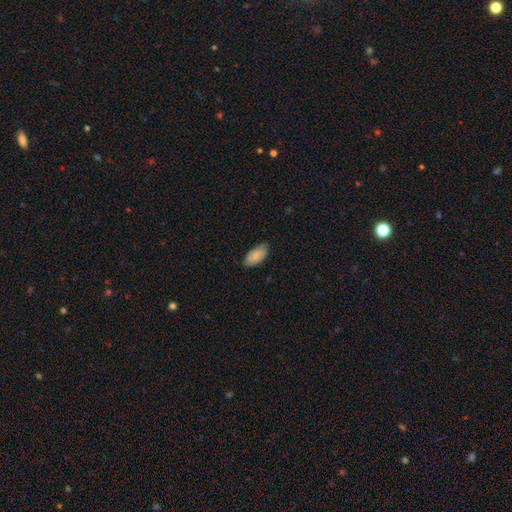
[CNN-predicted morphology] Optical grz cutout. It shows a smooth galaxy with no disk features (76%) that is in between round and cigar-shaped (94%). Merging: none (73%).